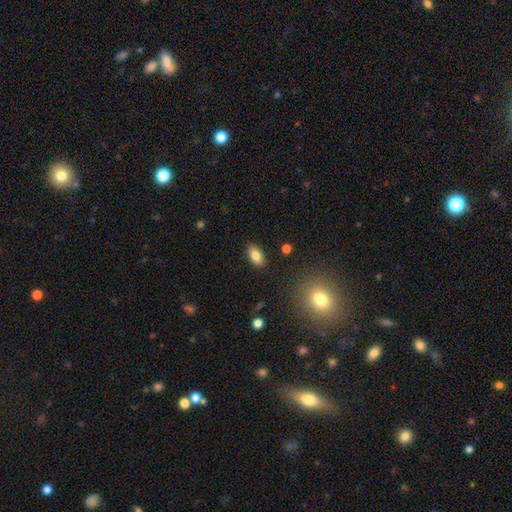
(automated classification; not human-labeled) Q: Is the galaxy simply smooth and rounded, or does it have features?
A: smooth — 83%.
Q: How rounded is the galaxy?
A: in between — 91%.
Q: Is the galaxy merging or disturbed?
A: none — 87%.